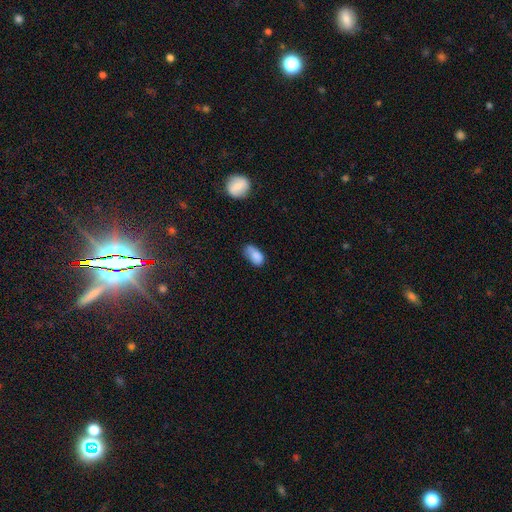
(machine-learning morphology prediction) This is clearly a smooth galaxy (83%). How rounded: clearly in between (91%). Merging: possibly none (47%).